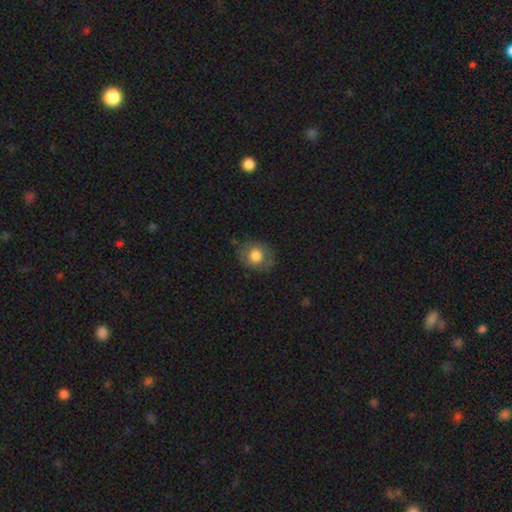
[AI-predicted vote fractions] Overall: smooth (69%). How rounded: round (65%; in between 34%). Merging: none (75%).